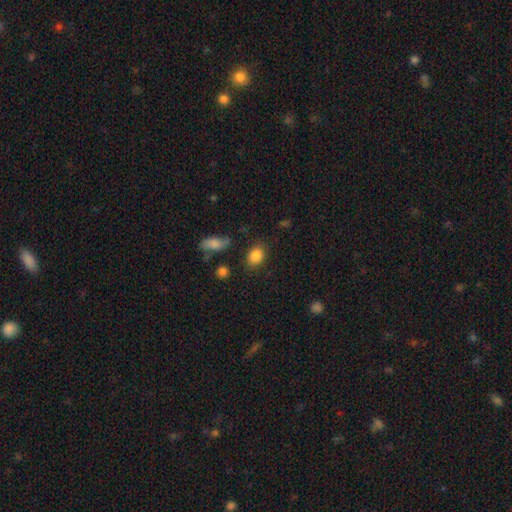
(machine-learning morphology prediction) This appears to be a smooth galaxy with no disk features (85%) that is in between round and cigar-shaped (61%). Merging: none (80%).